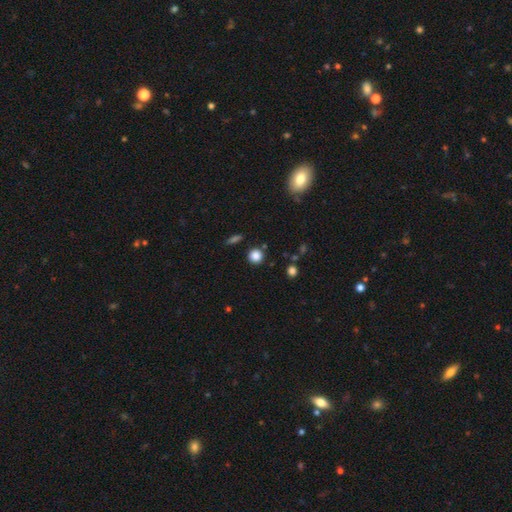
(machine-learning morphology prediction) Smooth or featured? smooth (85%)
How rounded? round (93%)
Merging? none (88%)